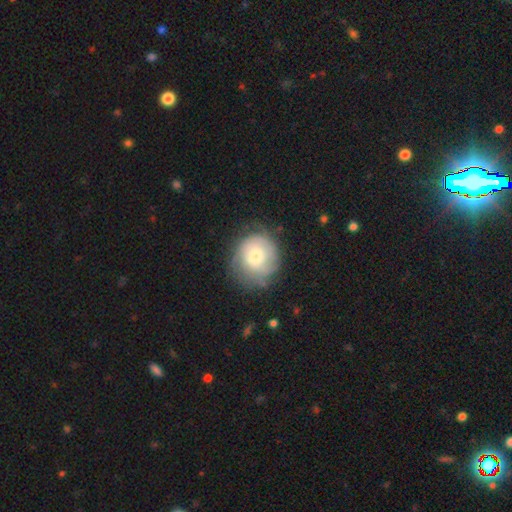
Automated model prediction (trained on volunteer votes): smooth_or_featured: smooth (p=0.56) [alt: featured or disk p=0.37]
how_rounded: round (p=0.85) [alt: in between p=0.14]
merging: none (p=0.63) [alt: minor disturbance p=0.25]